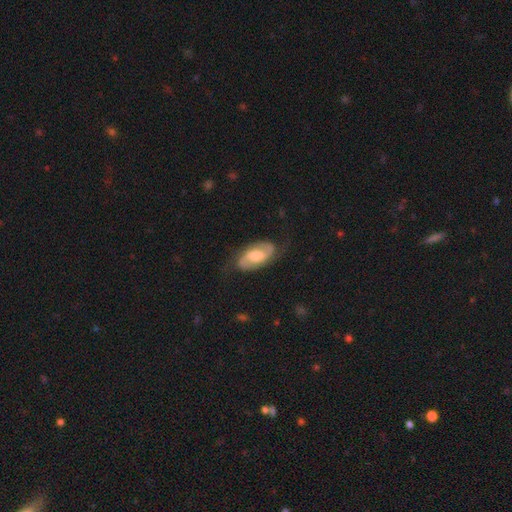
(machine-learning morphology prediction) Smooth or featured: featured or disk — 75% (smooth — 19%)
Edge-on disk: no — 96% (yes — 4%)
Bar: weak — 46% (no — 37%)
Spiral arms: yes — 93% (no — 7%)
Spiral winding: medium — 48% (loose — 27%)
Spiral arm count: 2 — 90% (can't tell — 6%)
Bulge size: moderate — 50% (large — 20%)
Merging: none — 72% (minor disturbance — 18%)